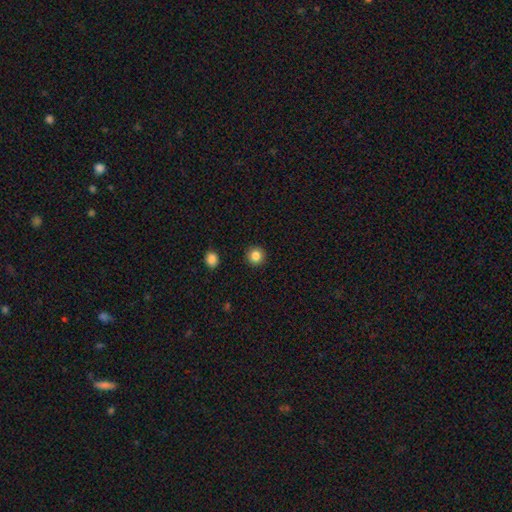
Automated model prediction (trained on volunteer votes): A smooth galaxy with no disk features (84%) that is round (94%). Merging: none (92%).